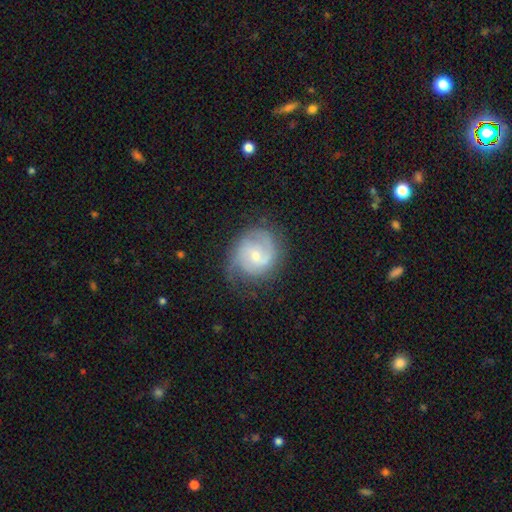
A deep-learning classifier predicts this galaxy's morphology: Smooth or featured: featured or disk — 75% (smooth — 18%)
Edge-on disk: no — 98% (yes — 2%)
Bar: no — 50% (weak — 43%)
Spiral arms: yes — 93% (no — 7%)
Spiral winding: medium — 45% (tight — 38%)
Spiral arm count: 2 — 60% (can't tell — 17%)
Bulge size: small — 56% (moderate — 40%)
Merging: none — 68% (minor disturbance — 21%)